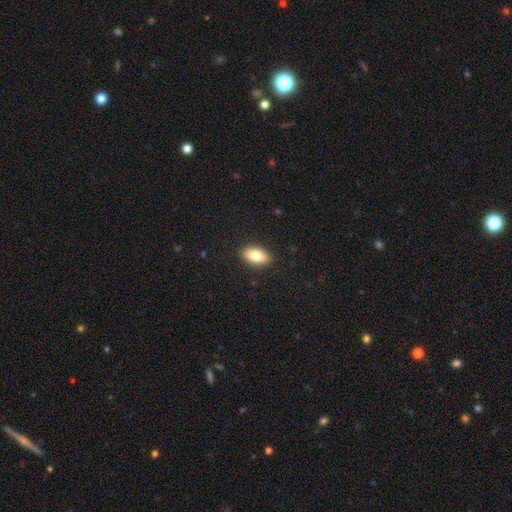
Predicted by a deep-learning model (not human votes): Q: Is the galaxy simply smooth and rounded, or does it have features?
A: smooth — 80%.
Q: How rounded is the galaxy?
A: in between — 90%.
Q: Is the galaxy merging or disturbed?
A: none — 89%.